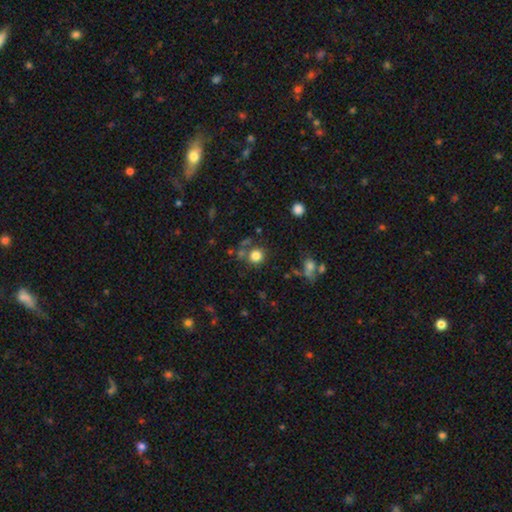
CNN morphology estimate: A smooth galaxy with no disk features (80%) that is round (91%).

Vote fractions:
- Smooth or featured? smooth: 80% / star or artifact: 13% / featured or disk: 7%
- How rounded? round: 91% / in between: 8% / cigar-shaped: 1%
- Merging? none: 73% / merger: 12% / minor disturbance: 10% / major disturbance: 5%